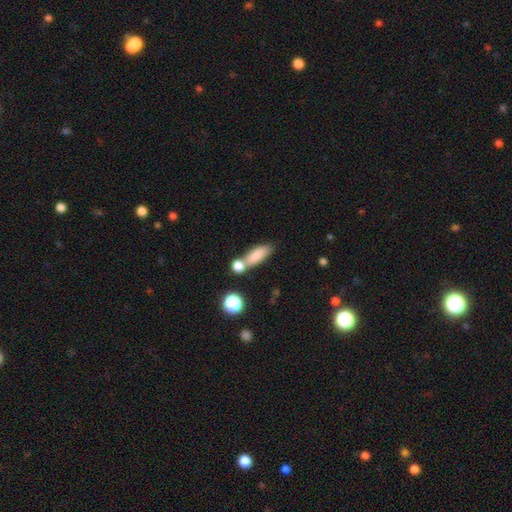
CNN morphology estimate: smooth 81%, featured or disk 10%, star or artifact 9%. Down the decision tree: how rounded — in between (65%); merging — none (46%).